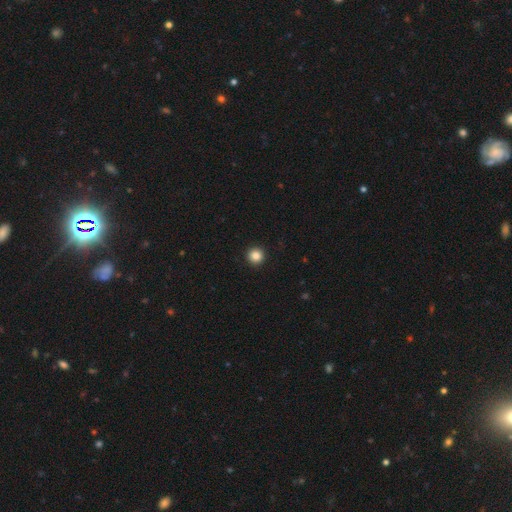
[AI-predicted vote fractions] Overall: smooth (86%). How rounded: round (96%). Merging: none (94%).